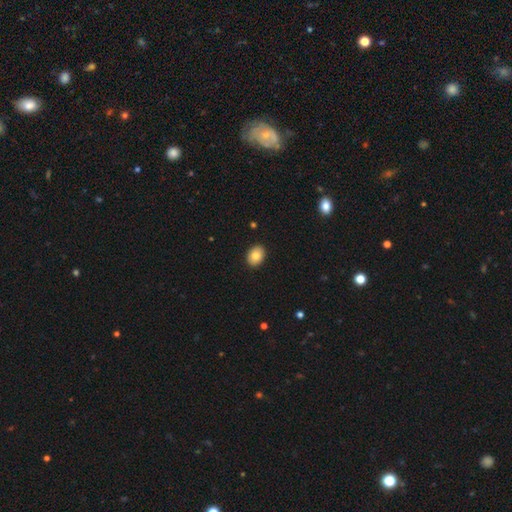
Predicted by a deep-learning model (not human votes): smooth-or-featured: smooth: 83% | featured or disk: 9% | star or artifact: 8%
  how-rounded: in between: 69% | round: 30% | cigar-shaped: 1%
  merging: none: 91% | minor disturbance: 7% | major disturbance: 2% | merger: 1%